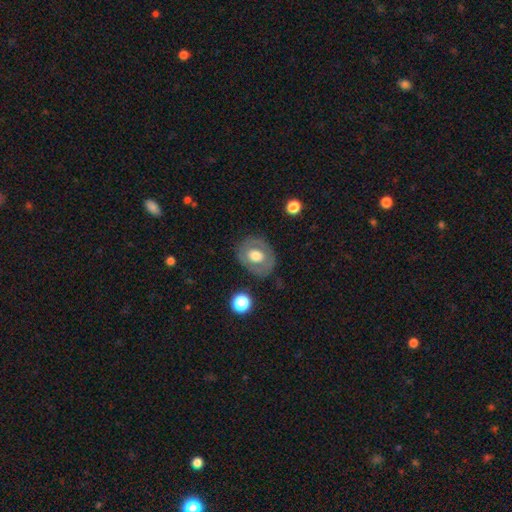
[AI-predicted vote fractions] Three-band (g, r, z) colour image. It shows a smooth galaxy with no disk features (53%) that is in between round and cigar-shaped (51%). Merging: none (80%).